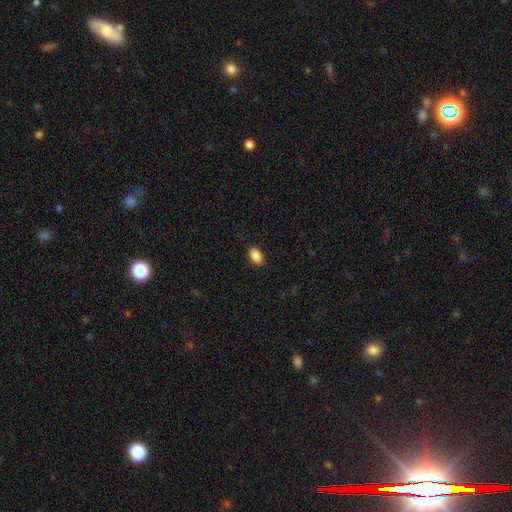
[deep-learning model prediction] A smooth galaxy with no disk features (89%) that is in between round and cigar-shaped (91%).

Vote fractions:
- Smooth or featured? smooth: 89% / star or artifact: 8% / featured or disk: 3%
- How rounded? in between: 91% / round: 7% / cigar-shaped: 2%
- Merging? none: 88% / minor disturbance: 9% / major disturbance: 2% / merger: 1%